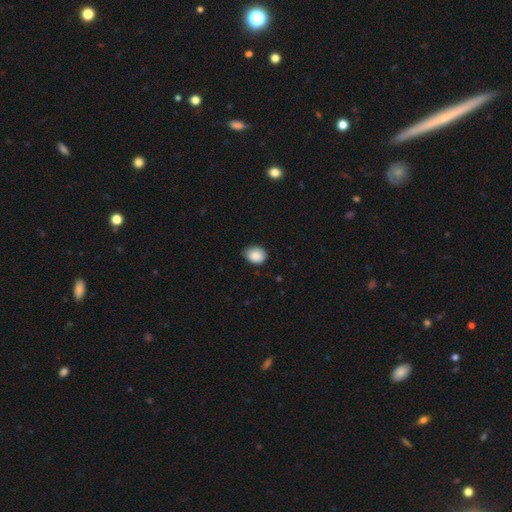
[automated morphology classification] The model was most divided on "how rounded": in between: 61%, round: 38%, cigar-shaped: 1%. More confident: smooth or featured — smooth (88%); merging — none (63%).